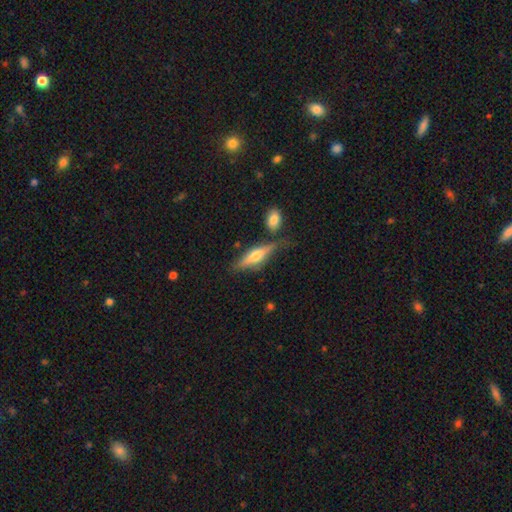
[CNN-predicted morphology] The model was most divided on "smooth or featured": featured or disk: 59%, smooth: 34%, star or artifact: 7%. More confident: edge-on disk — yes (94%); edge-on bulge — rounded (87%); merging — none (68%).